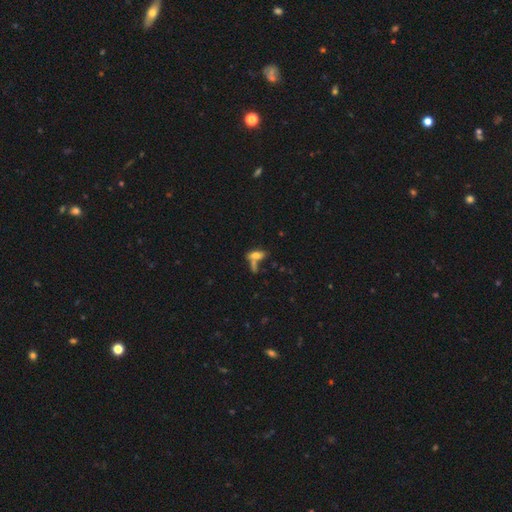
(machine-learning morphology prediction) Smooth or featured?
  - smooth: 62% *
  - featured or disk: 26%
  - star or artifact: 12%
How rounded?
  - in between: 68% *
  - cigar-shaped: 26%
  - round: 5%
Merging?
  - merger: 41% *
  - none: 37%
  - minor disturbance: 12%
  - major disturbance: 10%